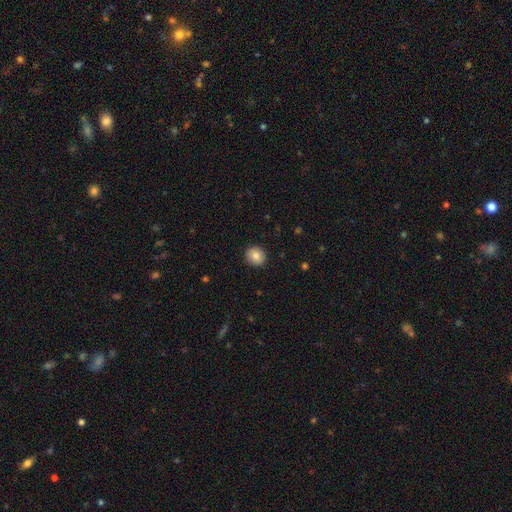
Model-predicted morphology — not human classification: Smooth or featured?
  - smooth: 82% *
  - featured or disk: 9%
  - star or artifact: 8%
How rounded?
  - round: 88% *
  - in between: 11%
  - cigar-shaped: 1%
Merging?
  - none: 91% *
  - minor disturbance: 6%
  - major disturbance: 2%
  - merger: 1%